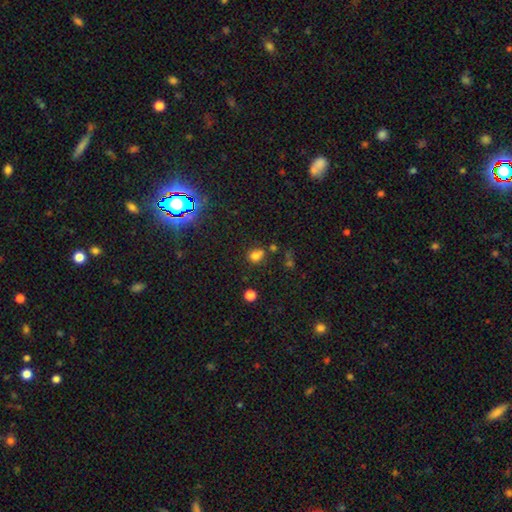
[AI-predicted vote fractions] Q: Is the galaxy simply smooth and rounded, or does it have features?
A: smooth — 73%.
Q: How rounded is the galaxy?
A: round — 71%.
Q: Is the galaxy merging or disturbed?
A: none — 59%.